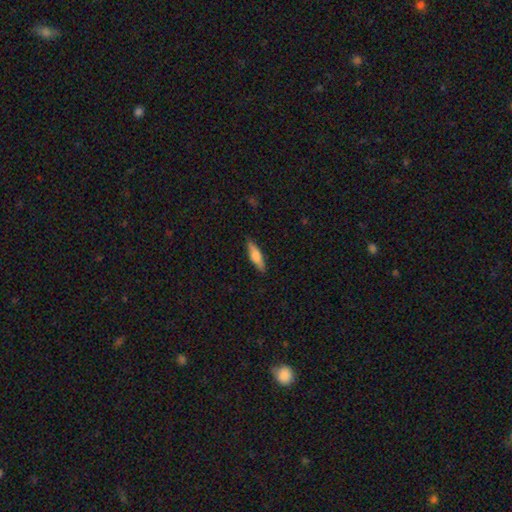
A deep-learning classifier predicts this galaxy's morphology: A smooth galaxy with no disk features (66%) that is cigar-shaped (67%).

Vote fractions:
- Smooth or featured? smooth: 66% / featured or disk: 28% / star or artifact: 6%
- How rounded? cigar-shaped: 67% / in between: 31% / round: 2%
- Merging? none: 87% / minor disturbance: 10% / major disturbance: 2% / merger: 1%